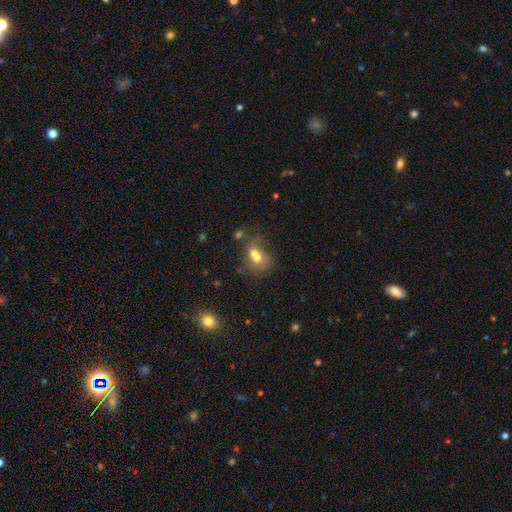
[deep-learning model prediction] Overall: smooth (66%). How rounded: in between (61%; round 37%). Merging: merger (51%; none 28%).